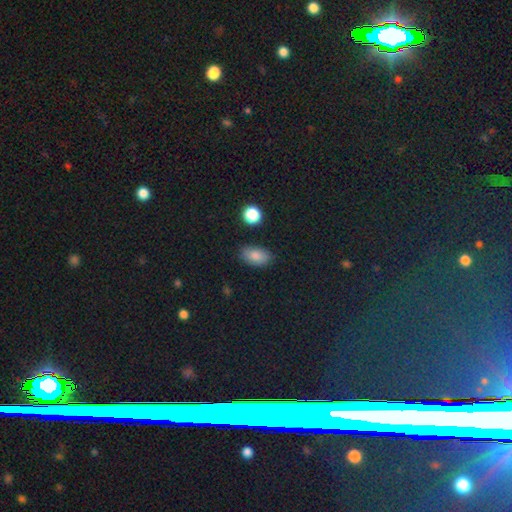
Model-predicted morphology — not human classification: smooth 84%, star or artifact 9%, featured or disk 7%. Down the decision tree: how rounded — in between (90%); merging — none (81%).